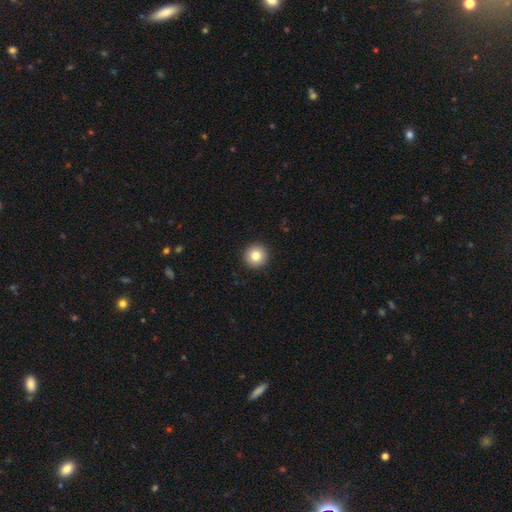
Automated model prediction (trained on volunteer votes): Morphology: type=smooth (82%); roundness=round (96%); merging=none (93%).